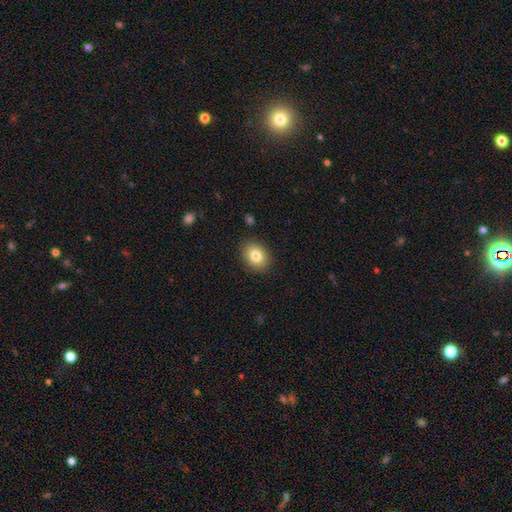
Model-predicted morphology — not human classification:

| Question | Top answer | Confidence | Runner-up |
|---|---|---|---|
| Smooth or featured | smooth | 82% | featured or disk (9%) |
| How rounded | in between | 55% | round (45%) |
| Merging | none | 88% | minor disturbance (8%) |